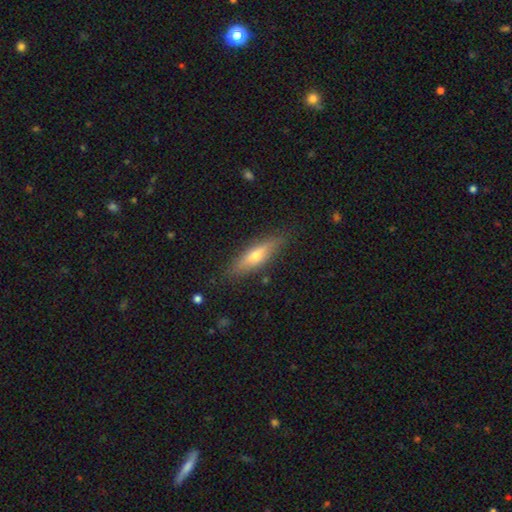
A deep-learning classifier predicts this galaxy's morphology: Smooth or featured? Predicted: featured or disk (p=0.47, tied with smooth). Merging? Predicted: none (p=0.85).